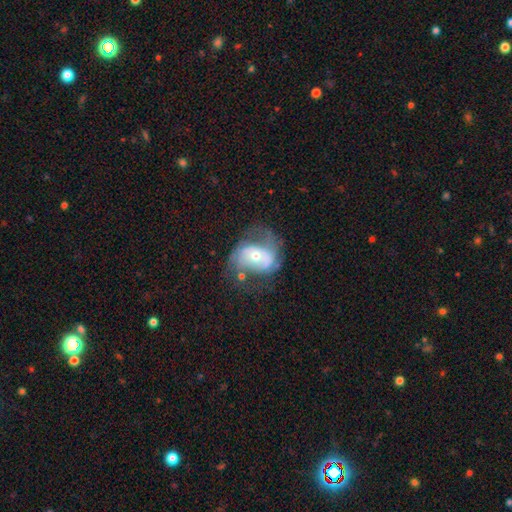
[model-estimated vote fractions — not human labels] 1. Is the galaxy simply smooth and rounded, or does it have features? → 65% featured or disk, 26% smooth, 9% star or artifact.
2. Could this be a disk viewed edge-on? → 95% no, 5% yes.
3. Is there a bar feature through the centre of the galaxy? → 63% no, 24% weak, 12% strong.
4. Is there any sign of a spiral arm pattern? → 66% yes, 34% no.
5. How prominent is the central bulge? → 52% moderate, 41% small, 4% large, 1% dominant, 1% none.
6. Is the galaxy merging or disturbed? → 40% none, 31% major disturbance, 25% minor disturbance, 4% merger.